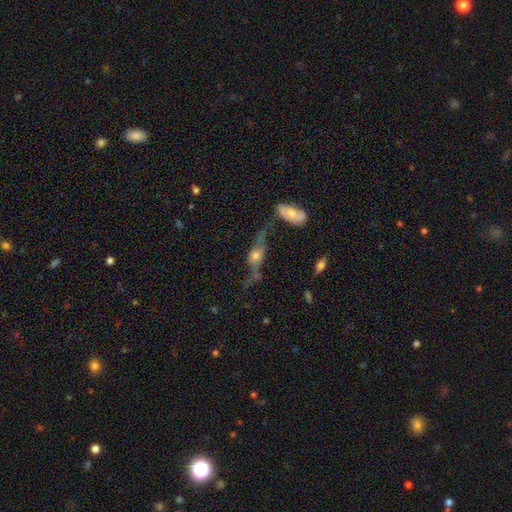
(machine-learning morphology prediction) The model was most divided on "merging": none: 43%, major disturbance: 22%, minor disturbance: 21%, merger: 14%. More confident: edge-on disk — yes (67%); smooth or featured — featured or disk (59%).